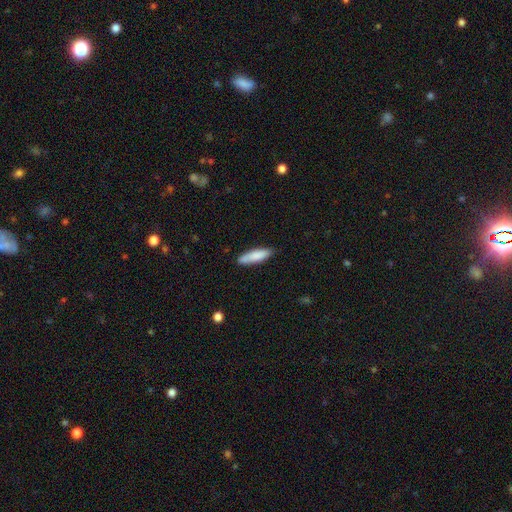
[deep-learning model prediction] Overall: smooth (84%). How rounded: cigar-shaped (65%; in between 34%). Merging: none (82%).